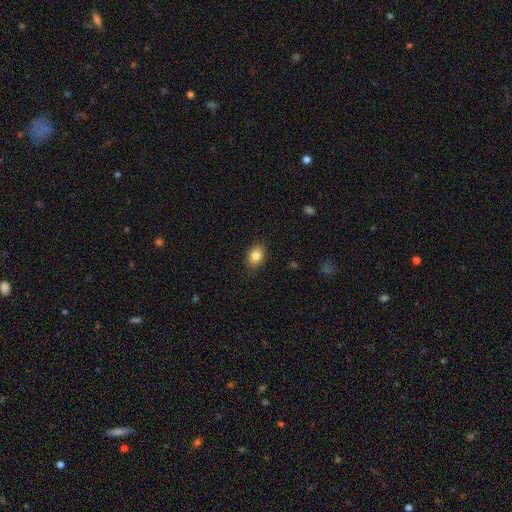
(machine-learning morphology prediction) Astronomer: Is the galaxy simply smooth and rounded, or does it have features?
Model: smooth — 84%.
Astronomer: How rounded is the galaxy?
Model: in between — 78%.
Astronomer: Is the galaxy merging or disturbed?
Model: none — 86%.